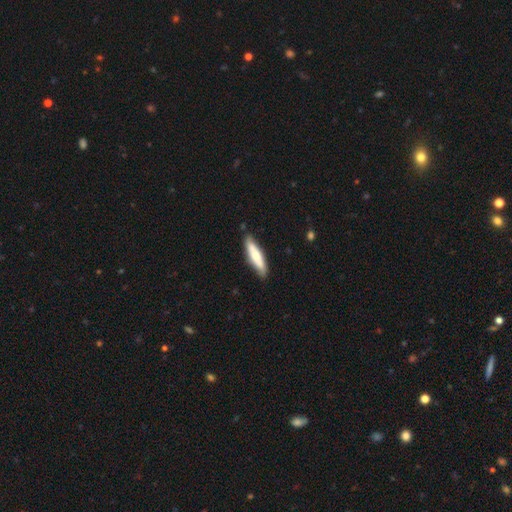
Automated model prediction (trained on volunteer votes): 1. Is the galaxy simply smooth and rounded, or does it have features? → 66% smooth, 29% featured or disk, 5% star or artifact.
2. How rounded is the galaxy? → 73% cigar-shaped, 25% in between, 2% round.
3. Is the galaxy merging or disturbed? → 85% none, 11% minor disturbance, 2% major disturbance, 1% merger.